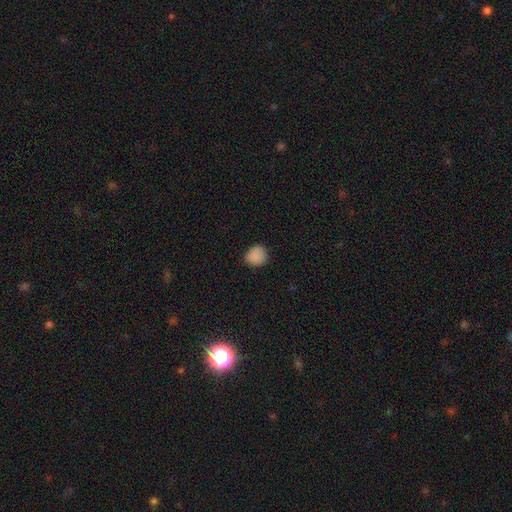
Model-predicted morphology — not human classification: Smooth or featured: smooth — 87% (star or artifact — 10%)
How rounded: round — 82% (in between — 17%)
Merging: none — 82% (minor disturbance — 14%)